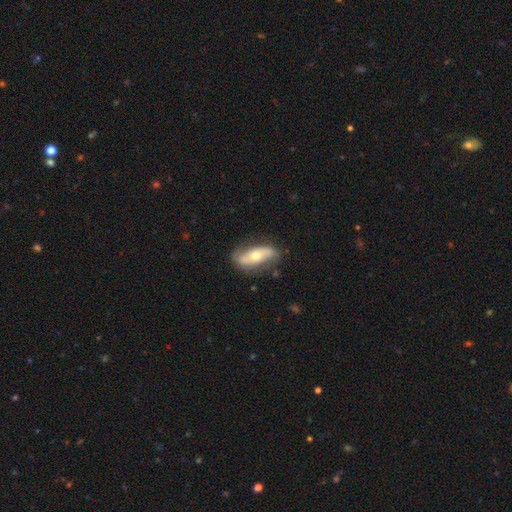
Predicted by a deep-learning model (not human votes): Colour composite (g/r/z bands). It shows a featured or disk galaxy (51%). Merging: none (73%).